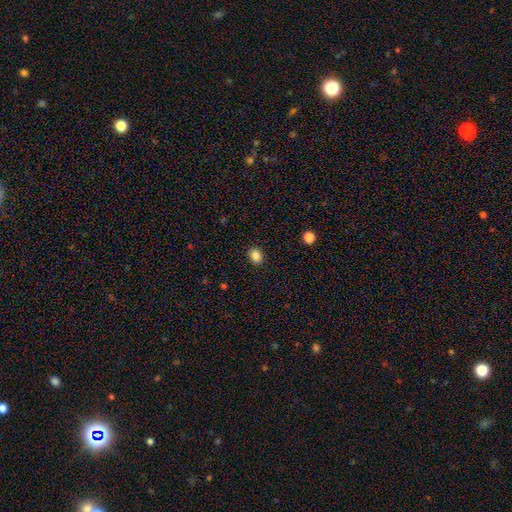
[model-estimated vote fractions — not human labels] A smooth galaxy with no disk features (86%) that is round (62%). Merging: none (90%).